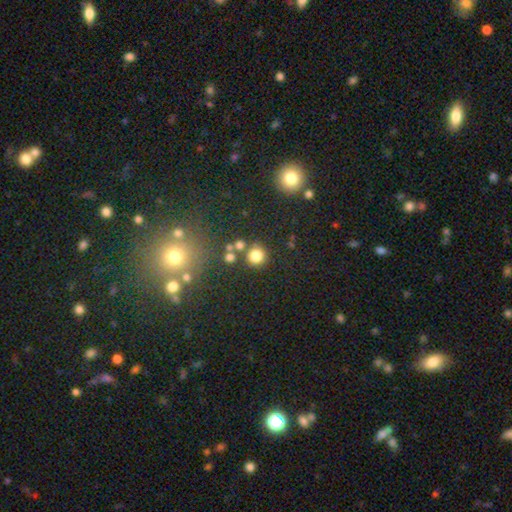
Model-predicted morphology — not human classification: A smooth galaxy with no disk features (78%) that is round (91%).

Vote fractions:
- Smooth or featured? smooth: 78% / star or artifact: 15% / featured or disk: 6%
- How rounded? round: 91% / in between: 8% / cigar-shaped: 1%
- Merging? none: 75% / merger: 12% / minor disturbance: 9% / major disturbance: 4%